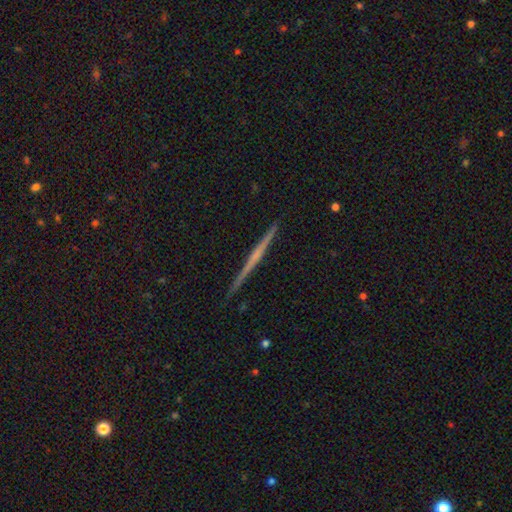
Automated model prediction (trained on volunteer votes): The model was most divided on "edge-on bulge": none: 65%, rounded: 27%, boxy: 8%. More confident: edge-on disk — yes (99%); merging — none (92%); smooth or featured — featured or disk (71%).